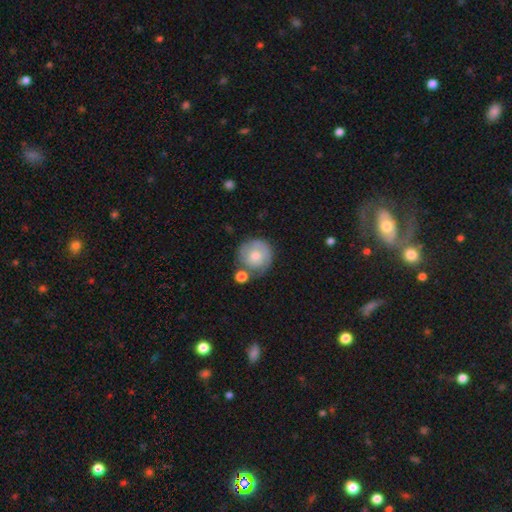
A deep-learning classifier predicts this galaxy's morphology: smooth-or-featured: smooth: 60% | featured or disk: 33% | star or artifact: 7%
  how-rounded: round: 92% | in between: 7% | cigar-shaped: 1%
  merging: none: 59% | minor disturbance: 20% | merger: 14% | major disturbance: 7%